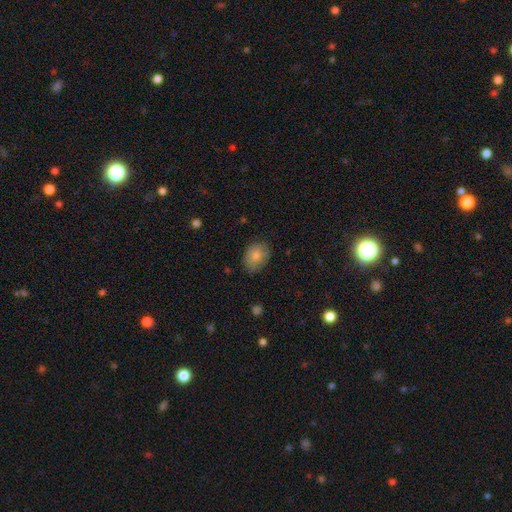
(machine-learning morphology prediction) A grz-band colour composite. It shows a smooth galaxy with no disk features (83%) that is in between round and cigar-shaped (72%). Merging: none (78%).